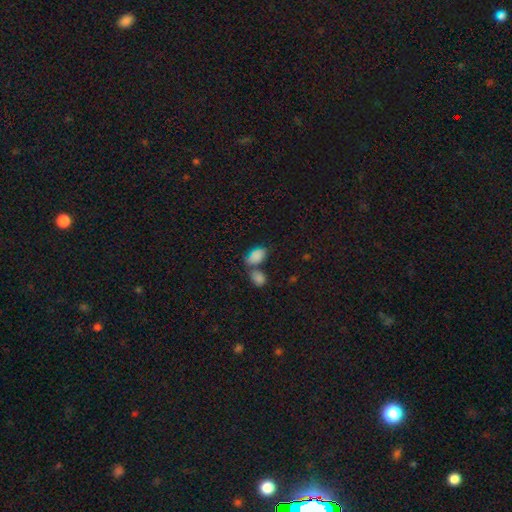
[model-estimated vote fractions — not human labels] Smooth or featured? Predicted: smooth (p=0.80). How rounded? Predicted: in between (p=0.91). Merging? Predicted: merger (p=0.41).